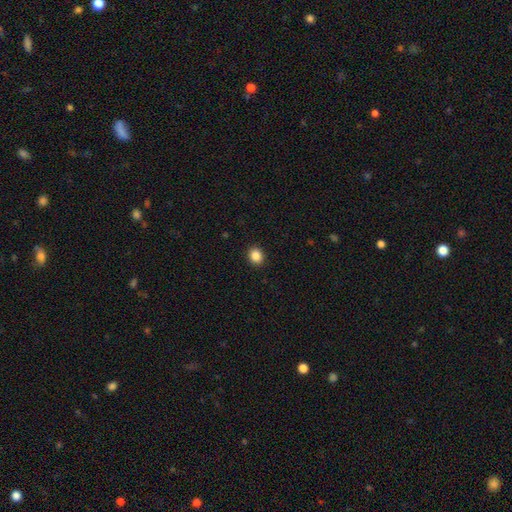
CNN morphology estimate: Smooth or featured: smooth — 86% (star or artifact — 10%)
How rounded: round — 69% (in between — 30%)
Merging: none — 92% (minor disturbance — 5%)